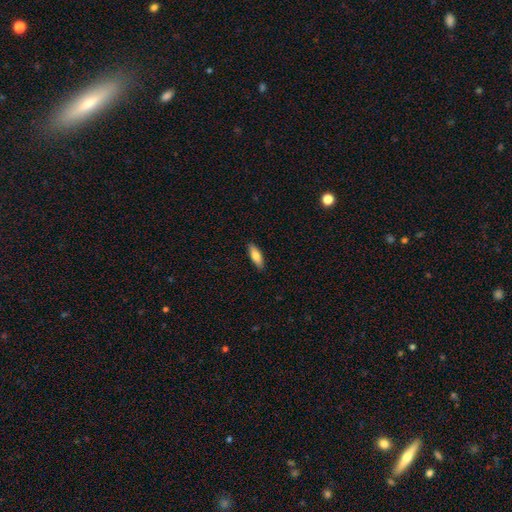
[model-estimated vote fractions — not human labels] smooth-or-featured: smooth: 78% | featured or disk: 16% | star or artifact: 6%
  how-rounded: in between: 61% | cigar-shaped: 37% | round: 2%
  merging: none: 89% | minor disturbance: 8% | major disturbance: 2% | merger: 1%